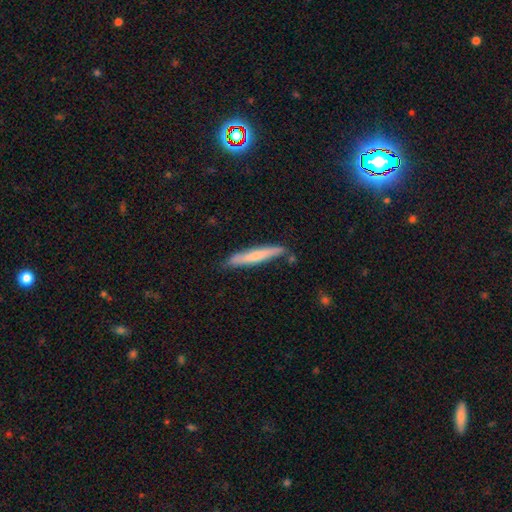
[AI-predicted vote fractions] A smooth galaxy with no disk features (63%) that is cigar-shaped (94%).

Vote fractions:
- Smooth or featured? smooth: 63% / featured or disk: 32% / star or artifact: 6%
- How rounded? cigar-shaped: 94% / in between: 5% / round: 1%
- Merging? none: 78% / minor disturbance: 16% / merger: 3% / major disturbance: 2%